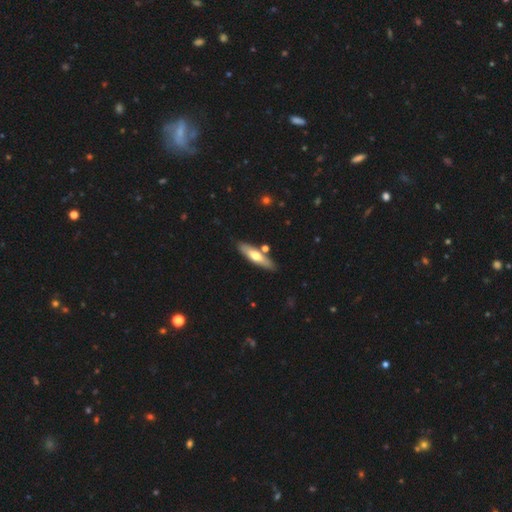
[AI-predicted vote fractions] A smooth galaxy with no disk features (53%) that is cigar-shaped (70%).

Vote fractions:
- Smooth or featured? smooth: 53% / featured or disk: 41% / star or artifact: 5%
- How rounded? cigar-shaped: 70% / in between: 28% / round: 2%
- Merging? none: 81% / minor disturbance: 11% / merger: 6% / major disturbance: 2%